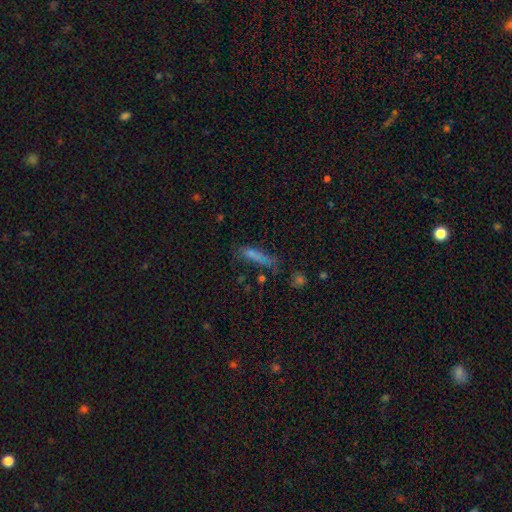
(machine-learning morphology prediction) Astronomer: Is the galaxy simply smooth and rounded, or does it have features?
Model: smooth — 63%.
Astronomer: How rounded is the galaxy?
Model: cigar-shaped — 67%.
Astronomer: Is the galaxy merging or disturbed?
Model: none — 52%.